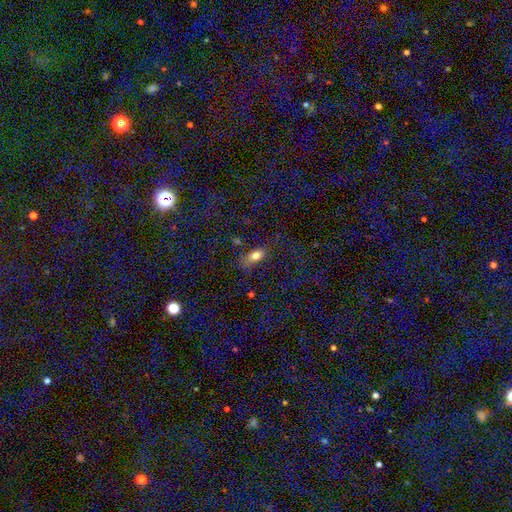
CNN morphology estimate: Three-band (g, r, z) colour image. It shows a smooth galaxy with no disk features (78%) that is in between round and cigar-shaped (84%). Merging: none (70%).